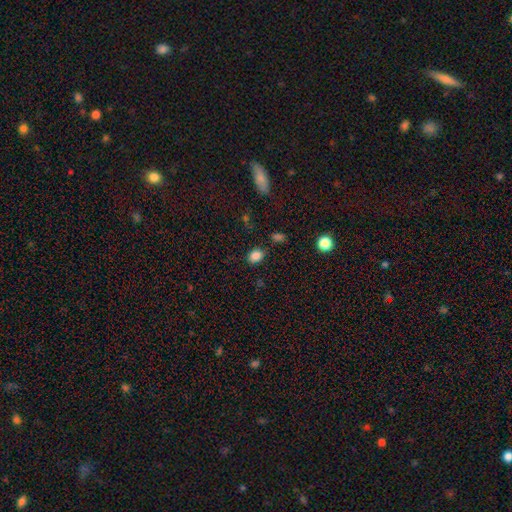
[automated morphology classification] smooth_or_featured: smooth (p=0.83) [alt: star or artifact p=0.12]
how_rounded: in between (p=0.56) [alt: round p=0.42]
merging: none (p=0.82) [alt: minor disturbance p=0.12]